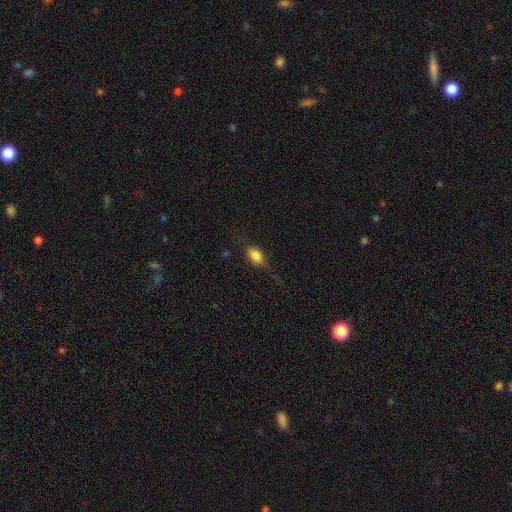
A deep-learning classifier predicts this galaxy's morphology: This appears to be a smooth galaxy with no disk features (78%) that is in between round and cigar-shaped (78%). Merging: none (69%).